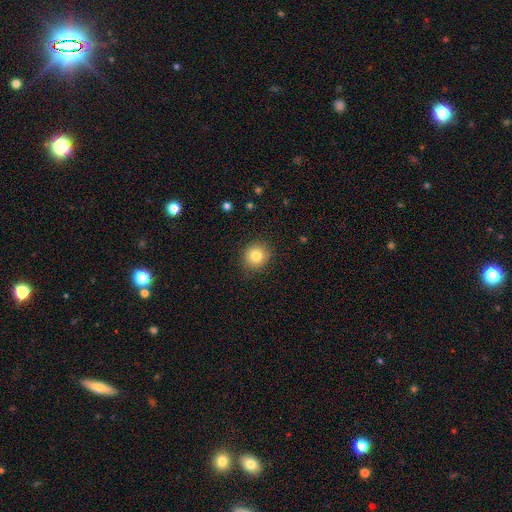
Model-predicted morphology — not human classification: Q: Smooth or featured?
A: smooth (82%); runner-up: star or artifact (10%)
Q: How rounded?
A: round (85%); runner-up: in between (14%)
Q: Merging?
A: none (87%); runner-up: minor disturbance (10%)